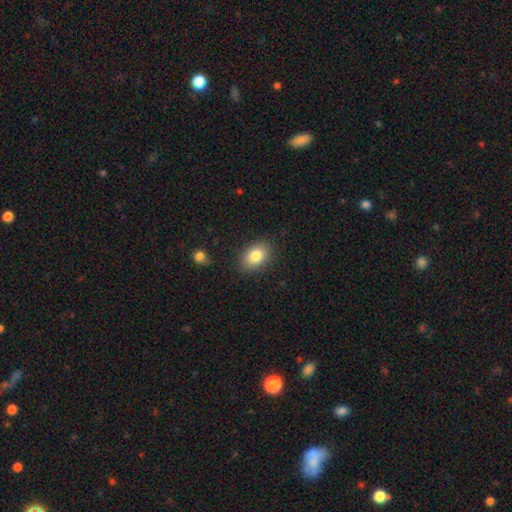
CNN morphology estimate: smooth 82%, featured or disk 10%, star or artifact 8%. Down the decision tree: how rounded — in between (81%); merging — none (85%).